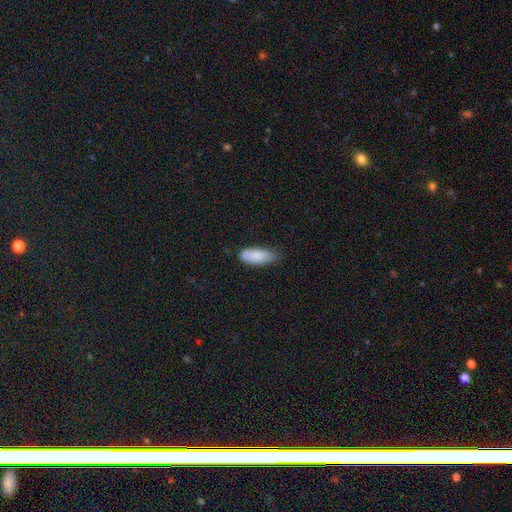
This is clearly a smooth galaxy (92%). How rounded: clearly in between (91%). Merging: likely none (63%).